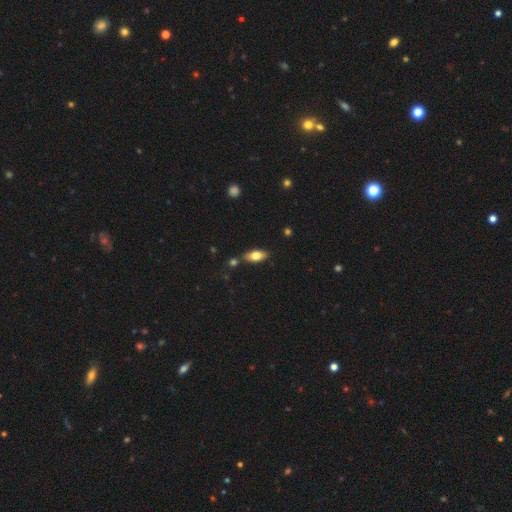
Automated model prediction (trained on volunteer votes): A smooth galaxy with no disk features (70%) that is in between round and cigar-shaped (83%). Merging: none (78%).